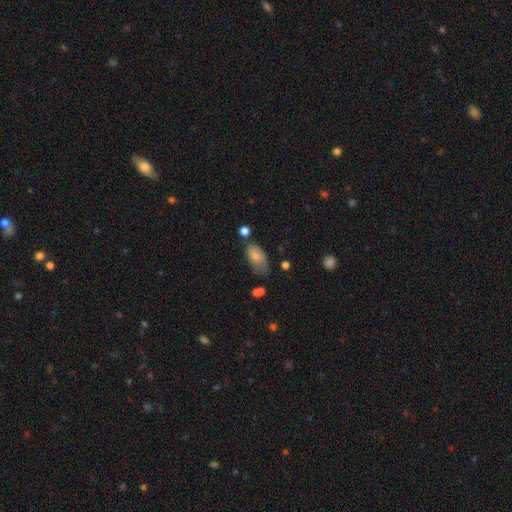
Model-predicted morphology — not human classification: A smooth galaxy with no disk features (77%) that is in between round and cigar-shaped (92%).

Vote fractions:
- Smooth or featured? smooth: 77% / featured or disk: 15% / star or artifact: 8%
- How rounded? in between: 92% / round: 5% / cigar-shaped: 3%
- Merging? none: 43% / minor disturbance: 36% / major disturbance: 14% / merger: 7%